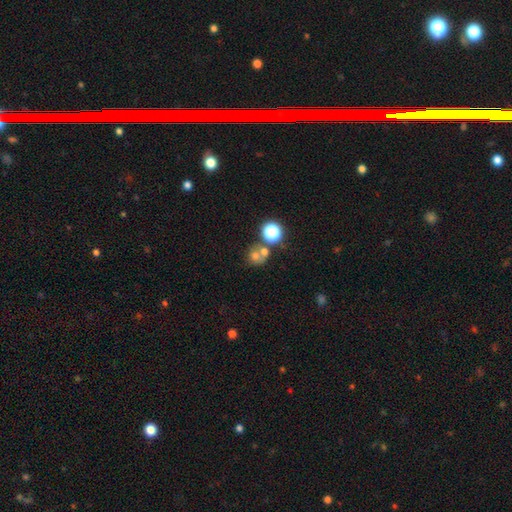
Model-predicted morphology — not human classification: Smooth or featured?
  - smooth: 63% *
  - star or artifact: 22%
  - featured or disk: 16%
How rounded?
  - round: 81% *
  - in between: 18%
  - cigar-shaped: 1%
Merging?
  - none: 44% *
  - merger: 42%
  - minor disturbance: 8%
  - major disturbance: 5%